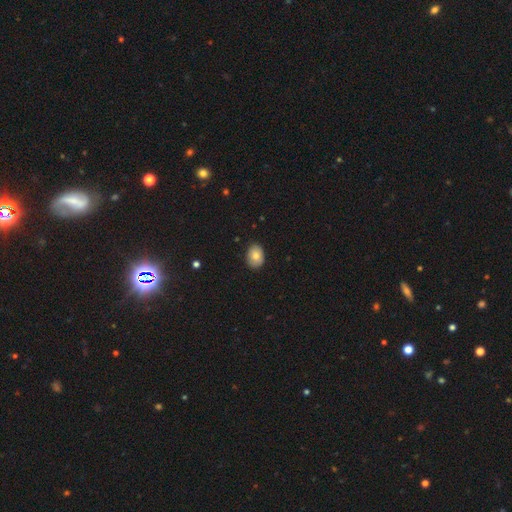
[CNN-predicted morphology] The model was most divided on "how rounded": in between: 71%, round: 28%, cigar-shaped: 1%. More confident: merging — none (86%); smooth or featured — smooth (82%).